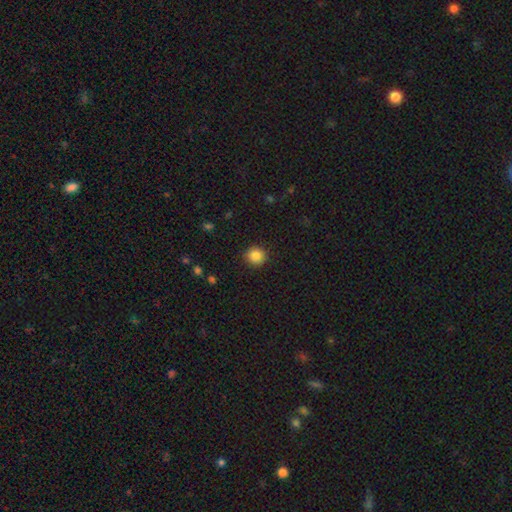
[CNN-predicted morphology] This appears to be a smooth galaxy with no disk features (86%) that is round (91%). Merging: none (91%).